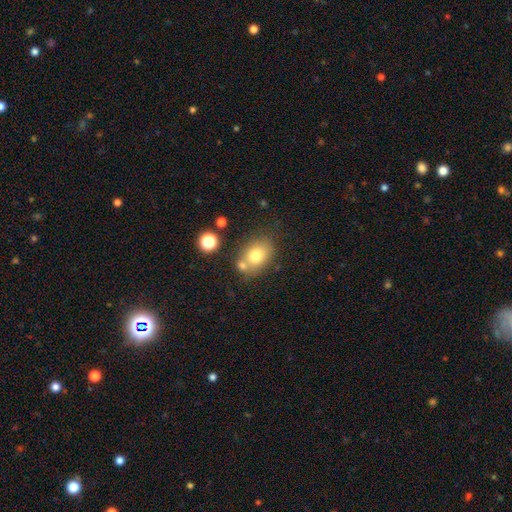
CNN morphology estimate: smooth_or_featured: smooth (p=0.74) [alt: featured or disk p=0.16]
how_rounded: in between (p=0.68) [alt: round p=0.31]
merging: none (p=0.58) [alt: merger p=0.21]